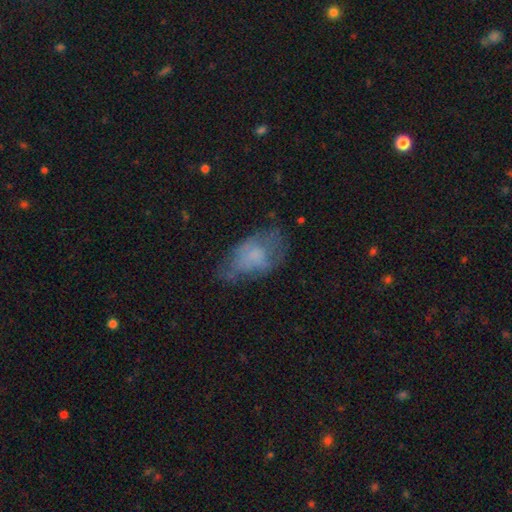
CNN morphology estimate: Smooth or featured: smooth — 51% (featured or disk — 37%)
How rounded: in between — 89% (round — 8%)
Merging: none — 42% (minor disturbance — 30%)